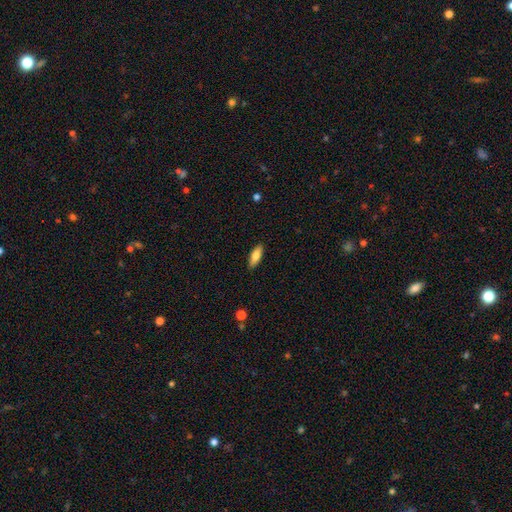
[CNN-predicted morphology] This appears to be a smooth galaxy with no disk features (81%) that is in between round and cigar-shaped (72%). Merging: none (88%).